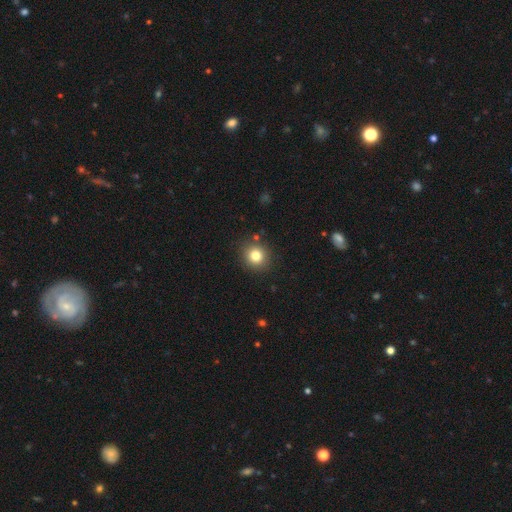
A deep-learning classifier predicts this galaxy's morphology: The model was most divided on "smooth or featured": smooth: 81%, star or artifact: 12%, featured or disk: 7%. More confident: how rounded — round (89%); merging — none (87%).